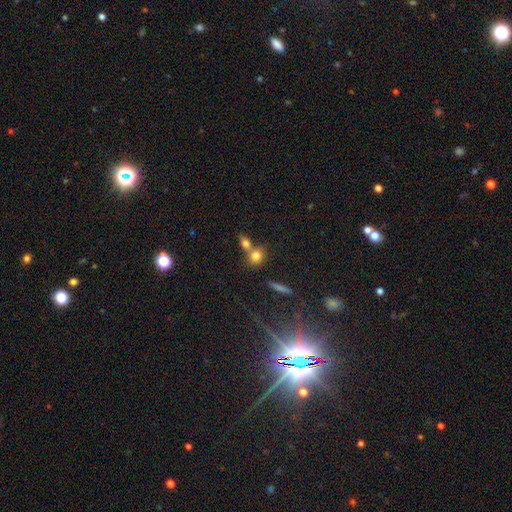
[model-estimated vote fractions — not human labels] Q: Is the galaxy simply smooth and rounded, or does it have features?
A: smooth — 76%.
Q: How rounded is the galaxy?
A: round — 64%.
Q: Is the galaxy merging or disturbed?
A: merger — 49%.